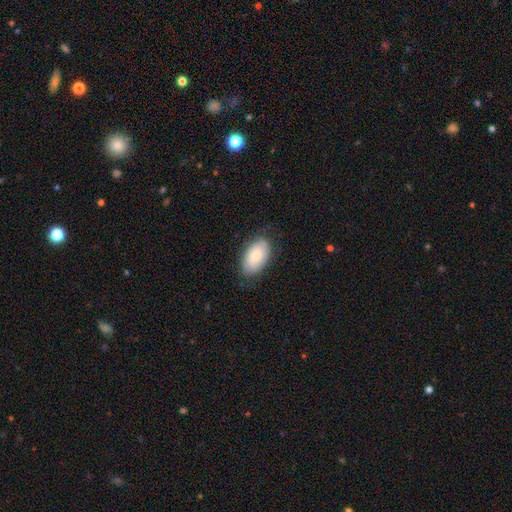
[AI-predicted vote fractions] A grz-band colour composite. It shows a smooth galaxy with no disk features (81%) that is in between round and cigar-shaped (95%). Merging: none (78%).